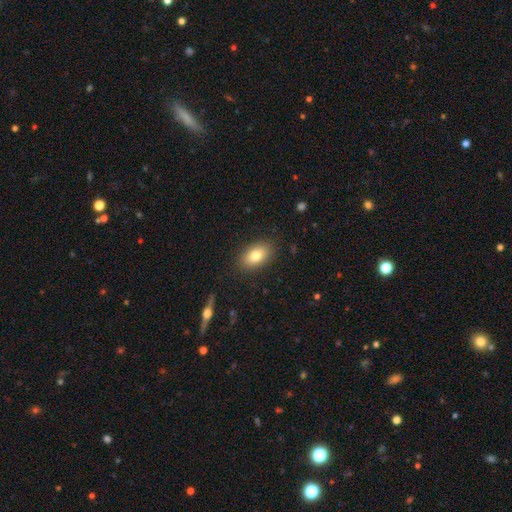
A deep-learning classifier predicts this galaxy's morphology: smooth_or_featured: smooth (p=0.80) [alt: featured or disk p=0.12]
how_rounded: in between (p=0.89) [alt: round p=0.08]
merging: none (p=0.87) [alt: minor disturbance p=0.10]